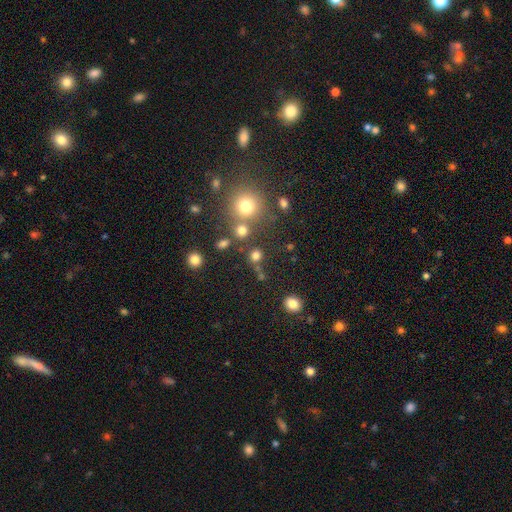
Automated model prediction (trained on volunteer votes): Smooth or featured?
  - smooth: 74% *
  - star or artifact: 19%
  - featured or disk: 7%
How rounded?
  - round: 87% *
  - in between: 12%
  - cigar-shaped: 1%
Merging?
  - none: 67% *
  - merger: 19%
  - minor disturbance: 9%
  - major disturbance: 5%